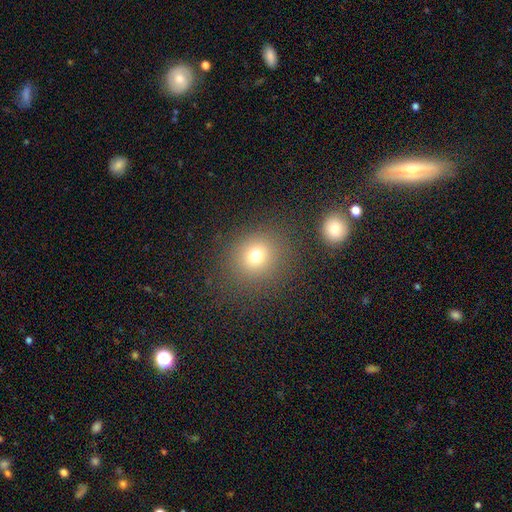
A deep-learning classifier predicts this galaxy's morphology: This is likely a smooth galaxy (72%). How rounded: clearly round (83%). Merging: clearly none (84%).